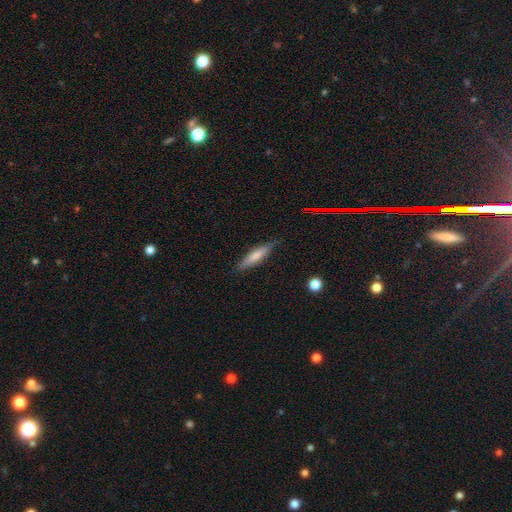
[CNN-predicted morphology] Smooth or featured? Predicted: smooth (p=0.66). How rounded? Predicted: cigar-shaped (p=0.80). Merging? Predicted: none (p=0.83).